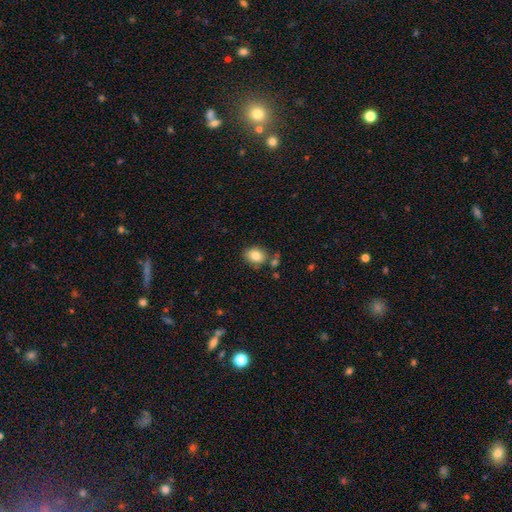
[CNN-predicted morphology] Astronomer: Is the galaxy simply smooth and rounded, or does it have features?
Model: smooth — 82%.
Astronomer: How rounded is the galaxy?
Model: in between — 57% (runner-up: round, 42%).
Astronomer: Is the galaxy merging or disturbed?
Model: none — 72%.